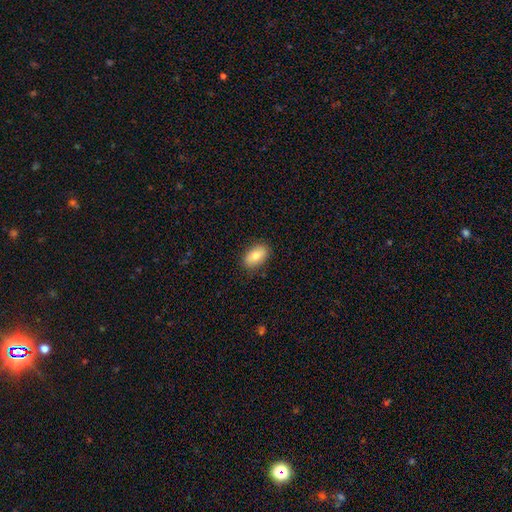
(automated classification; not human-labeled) Smooth or featured? Predicted: smooth (p=0.80). How rounded? Predicted: in between (p=0.91). Merging? Predicted: none (p=0.86).